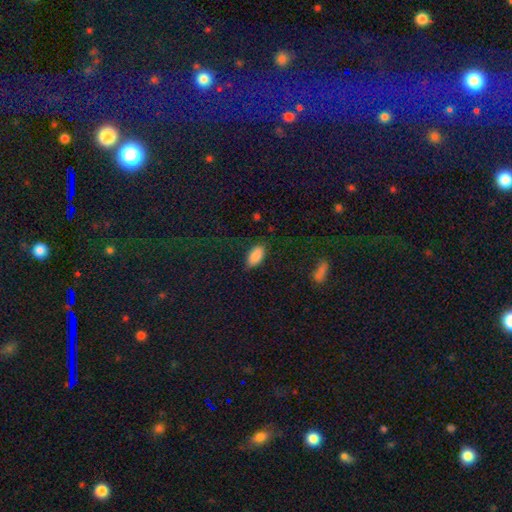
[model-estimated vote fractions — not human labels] smooth-or-featured: smooth: 88% | star or artifact: 8% | featured or disk: 4%
  how-rounded: in between: 93% | cigar-shaped: 4% | round: 3%
  merging: none: 79% | minor disturbance: 15% | major disturbance: 4% | merger: 1%